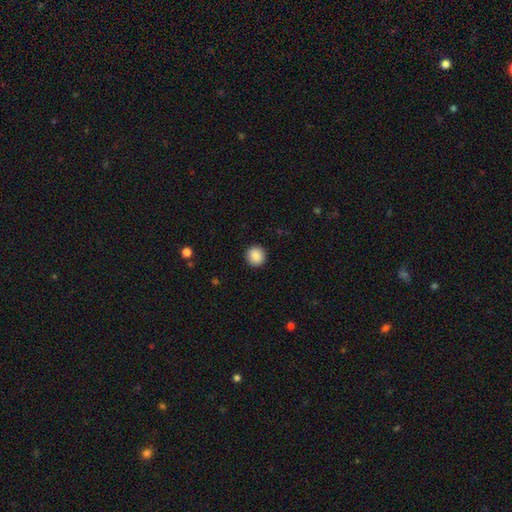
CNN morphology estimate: Smooth or featured?
  - smooth: 88% *
  - star or artifact: 8%
  - featured or disk: 4%
How rounded?
  - round: 92% *
  - in between: 7%
  - cigar-shaped: 1%
Merging?
  - none: 92% *
  - minor disturbance: 5%
  - major disturbance: 2%
  - merger: 1%